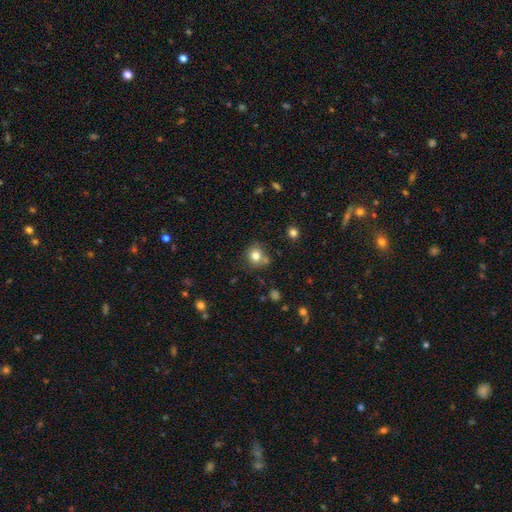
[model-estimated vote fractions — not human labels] A smooth galaxy with no disk features (80%) that is round (83%).

Vote fractions:
- Smooth or featured? smooth: 80% / star or artifact: 12% / featured or disk: 9%
- How rounded? round: 83% / in between: 17% / cigar-shaped: 1%
- Merging? none: 67% / minor disturbance: 14% / merger: 14% / major disturbance: 4%